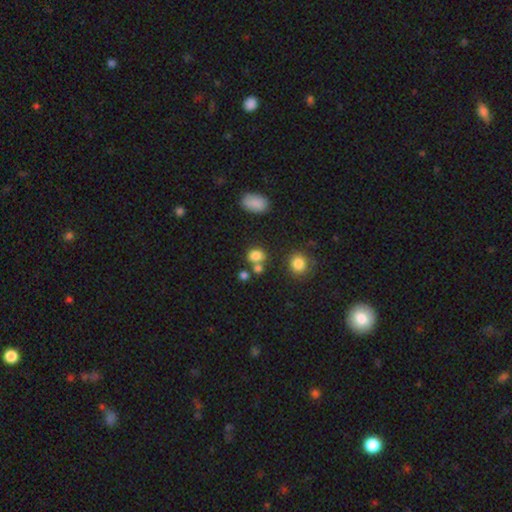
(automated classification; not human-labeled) A smooth galaxy with no disk features (79%) that is round (53%).

Vote fractions:
- Smooth or featured? smooth: 79% / star or artifact: 13% / featured or disk: 8%
- How rounded? round: 53% / in between: 45% / cigar-shaped: 1%
- Merging? none: 54% / merger: 28% / minor disturbance: 12% / major disturbance: 5%